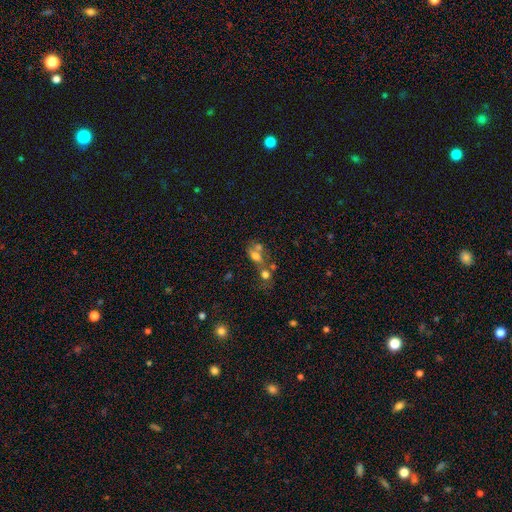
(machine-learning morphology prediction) Overall: smooth (59%; featured or disk 24%). How rounded: in between (60%; round 35%). Merging: merger (55%; none 25%).